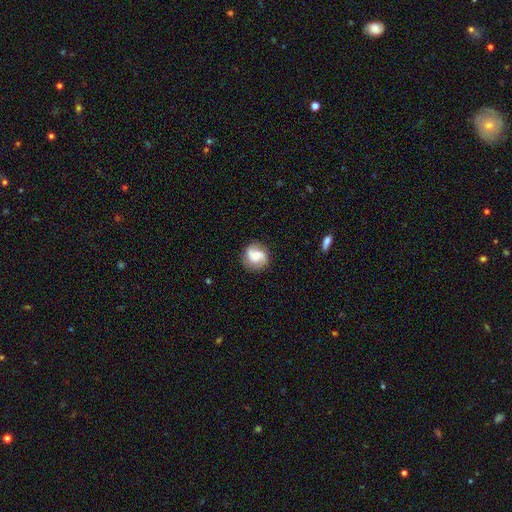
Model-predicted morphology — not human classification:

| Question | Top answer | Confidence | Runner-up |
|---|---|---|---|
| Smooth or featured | featured or disk | 58% | smooth (34%) |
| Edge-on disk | no | 98% | yes (2%) |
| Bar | no | 45% | weak (42%) |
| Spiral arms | yes | 91% | no (9%) |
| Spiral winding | loose | 42% | medium (40%) |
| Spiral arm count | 2 | 83% | can't tell (6%) |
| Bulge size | moderate | 46% | small (33%) |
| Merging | none | 79% | minor disturbance (15%) |